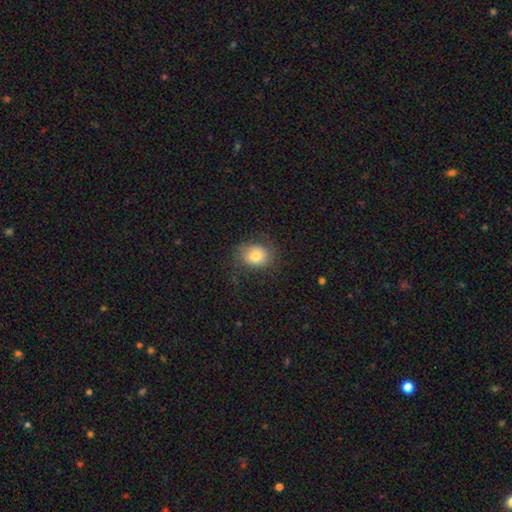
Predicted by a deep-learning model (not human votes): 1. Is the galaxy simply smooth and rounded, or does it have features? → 76% smooth, 14% featured or disk, 10% star or artifact.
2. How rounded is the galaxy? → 58% round, 41% in between, 1% cigar-shaped.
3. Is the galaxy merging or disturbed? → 71% none, 18% minor disturbance, 10% major disturbance, 1% merger.